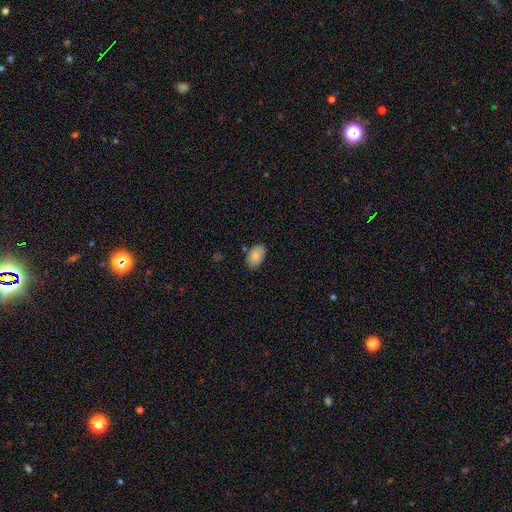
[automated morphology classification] smooth_or_featured: smooth (p=0.86) [alt: star or artifact p=0.07]
how_rounded: in between (p=0.91) [alt: round p=0.08]
merging: none (p=0.79) [alt: minor disturbance p=0.16]